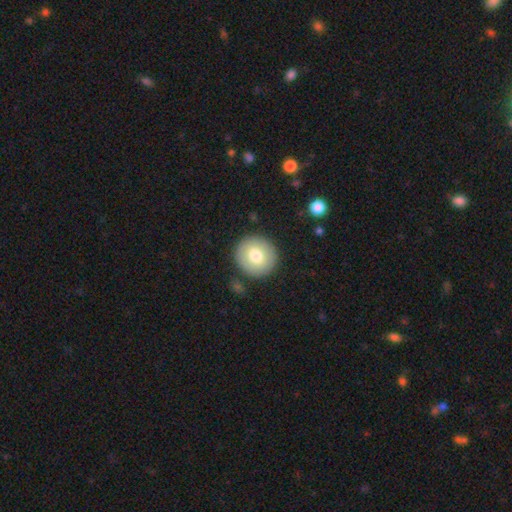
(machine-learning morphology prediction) smooth_or_featured: smooth (p=0.75) [alt: featured or disk p=0.17]
how_rounded: round (p=0.93) [alt: in between p=0.06]
merging: none (p=0.89) [alt: minor disturbance p=0.07]